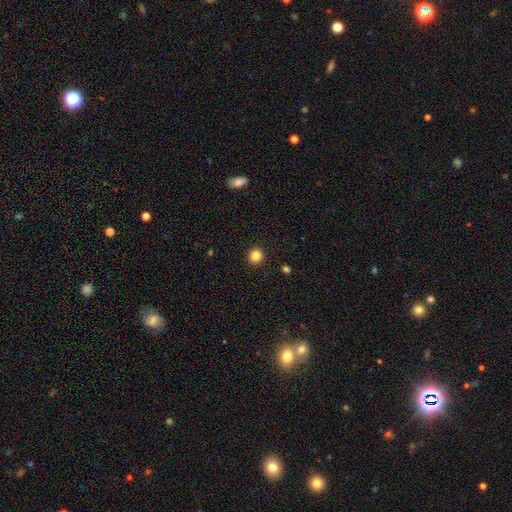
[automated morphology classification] Q: Smooth or featured?
A: smooth (83%); runner-up: star or artifact (12%)
Q: How rounded?
A: round (91%); runner-up: in between (8%)
Q: Merging?
A: none (93%); runner-up: minor disturbance (5%)